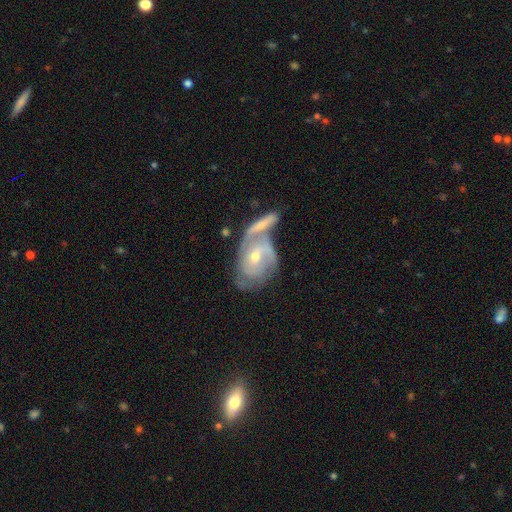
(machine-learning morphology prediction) smooth-or-featured: featured or disk: 79% | smooth: 15% | star or artifact: 6%
  disk-edge-on: no: 95% | yes: 5%
    bar: no: 56% | weak: 34% | strong: 9%
    has-spiral-arms: yes: 89% | no: 11%
      spiral-winding: tight: 53% | medium: 36% | loose: 11%
      spiral-arm-count: 2: 41% | can't tell: 33% | 3: 13% | 1: 6% | 4: 3% | more than 4: 3%
    bulge-size: small: 52% | moderate: 44% | large: 2% | none: 1% | dominant: 1%
  merging: merger: 45% | none: 29% | minor disturbance: 14% | major disturbance: 11%